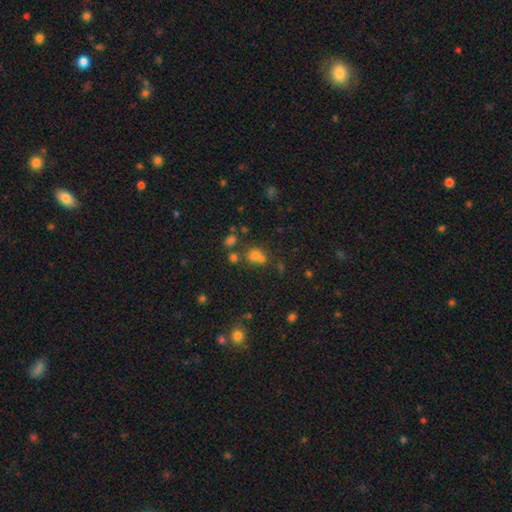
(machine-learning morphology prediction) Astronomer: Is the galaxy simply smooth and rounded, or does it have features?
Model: smooth — 55% (runner-up: star or artifact, 32%).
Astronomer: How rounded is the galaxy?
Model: round — 74%.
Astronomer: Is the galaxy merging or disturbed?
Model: none — 47% (runner-up: merger, 40%).